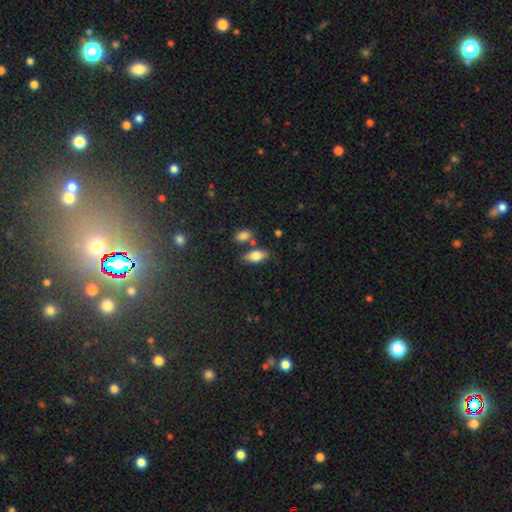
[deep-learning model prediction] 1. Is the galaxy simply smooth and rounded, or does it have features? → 72% smooth, 20% featured or disk, 8% star or artifact.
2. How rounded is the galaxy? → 83% in between, 12% cigar-shaped, 5% round.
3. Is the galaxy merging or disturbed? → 69% none, 14% merger, 13% minor disturbance, 4% major disturbance.